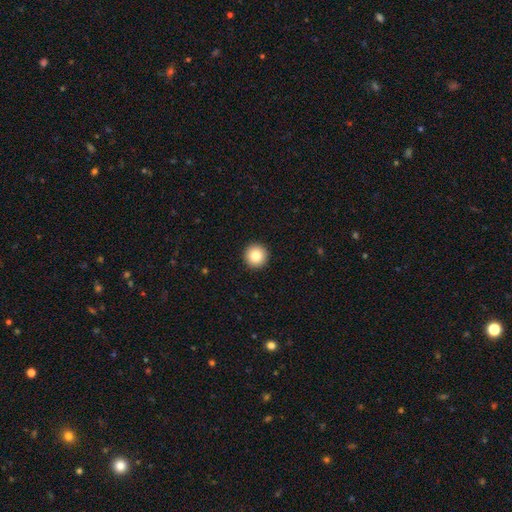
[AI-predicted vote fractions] Smooth or featured? smooth (83%)
How rounded? round (97%)
Merging? none (94%)